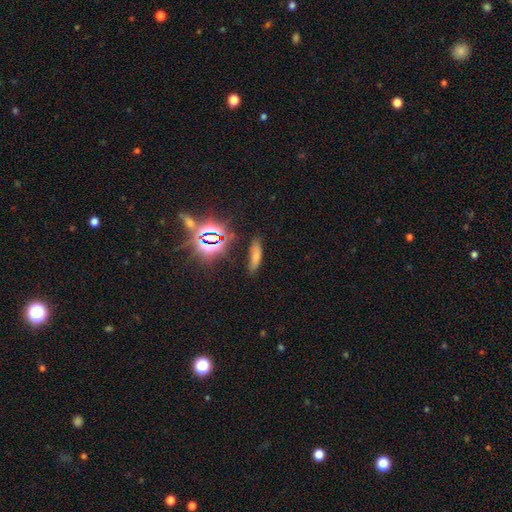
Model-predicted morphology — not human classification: This is likely a smooth galaxy (64%). How rounded: possibly cigar-shaped (59%). Merging: likely none (76%).